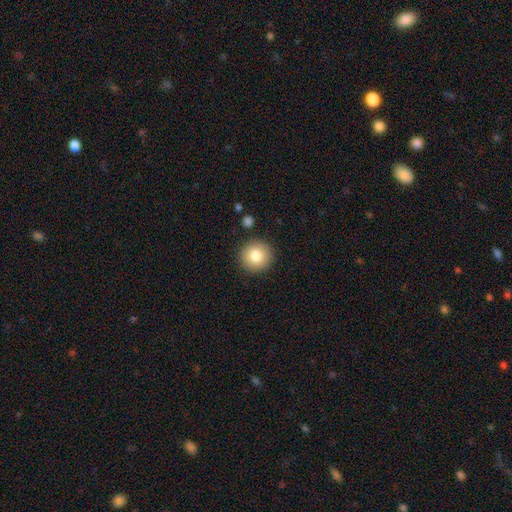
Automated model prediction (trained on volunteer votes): Morphology: type=smooth (81%); roundness=round (93%); merging=none (89%).